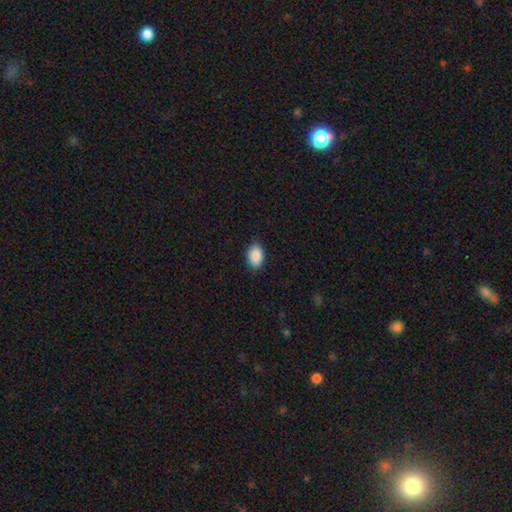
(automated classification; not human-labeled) Q: Smooth or featured?
A: smooth (90%); runner-up: star or artifact (7%)
Q: How rounded?
A: in between (91%); runner-up: round (8%)
Q: Merging?
A: none (87%); runner-up: minor disturbance (10%)